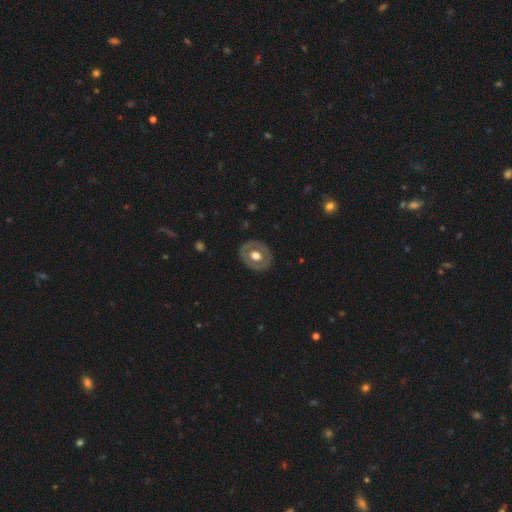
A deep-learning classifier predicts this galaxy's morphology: The model was most divided on "smooth or featured": featured or disk: 49%, smooth: 45%, star or artifact: 6%. More confident: merging — none (85%).